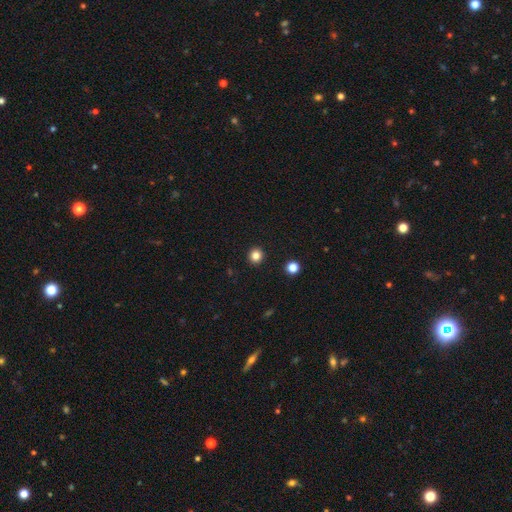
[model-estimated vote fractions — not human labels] The model was most divided on "smooth or featured": smooth: 84%, star or artifact: 12%, featured or disk: 4%. More confident: merging — none (93%); how rounded — round (92%).